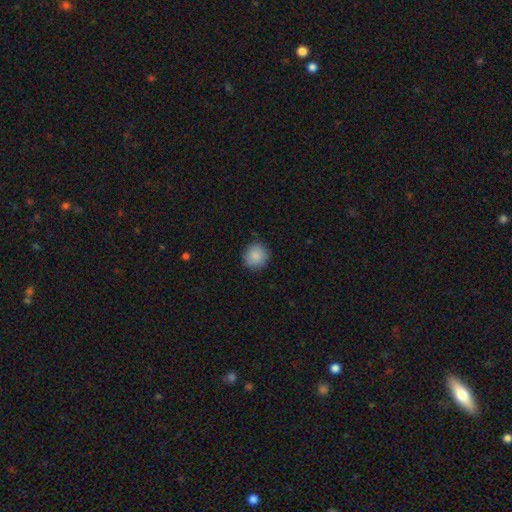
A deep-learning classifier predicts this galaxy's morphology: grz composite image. It shows a smooth galaxy with no disk features (87%) that is round (90%). Merging: none (87%).